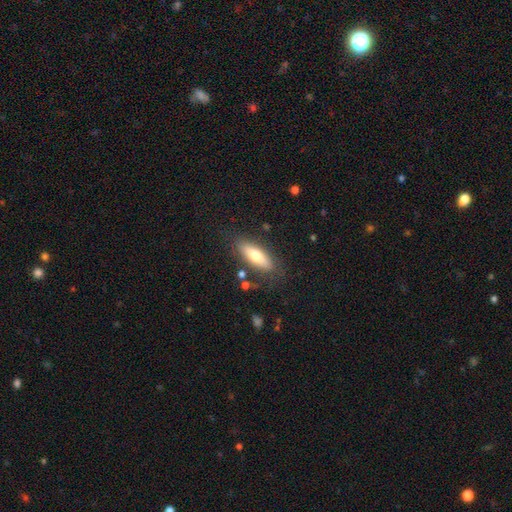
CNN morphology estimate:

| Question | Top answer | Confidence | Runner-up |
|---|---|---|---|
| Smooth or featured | smooth | 67% | featured or disk (26%) |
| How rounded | in between | 59% | cigar-shaped (39%) |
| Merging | none | 80% | minor disturbance (13%) |